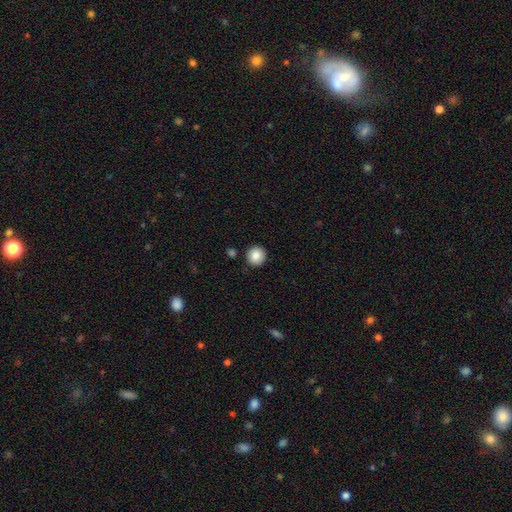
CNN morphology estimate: A smooth galaxy with no disk features (86%) that is round (93%).

Vote fractions:
- Smooth or featured? smooth: 86% / star or artifact: 9% / featured or disk: 6%
- How rounded? round: 93% / in between: 6% / cigar-shaped: 1%
- Merging? none: 90% / minor disturbance: 6% / merger: 2% / major disturbance: 2%